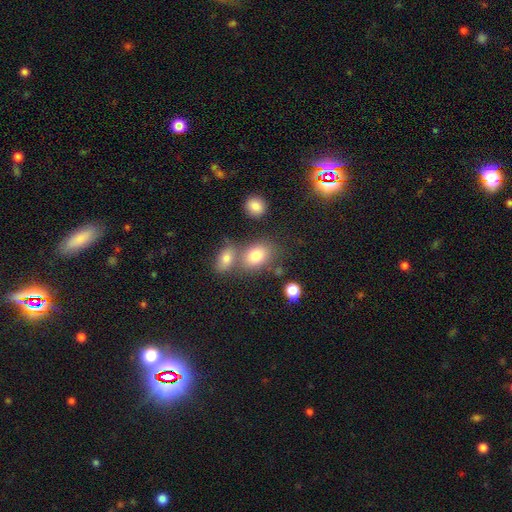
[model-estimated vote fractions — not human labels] Smooth or featured? Predicted: smooth (p=0.79). How rounded? Predicted: in between (p=0.70). Merging? Predicted: none (p=0.52).